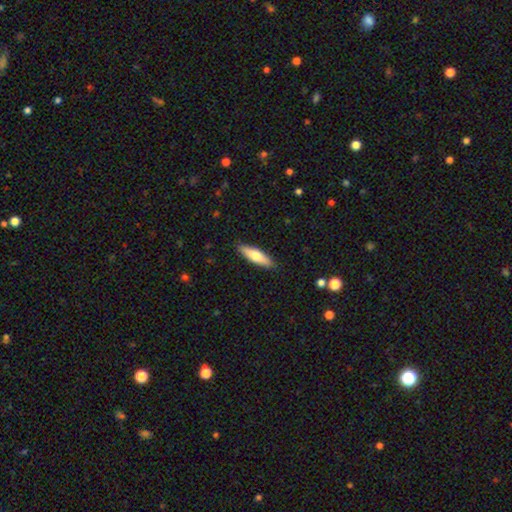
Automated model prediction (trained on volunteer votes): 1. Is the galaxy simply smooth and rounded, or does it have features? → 66% smooth, 28% featured or disk, 5% star or artifact.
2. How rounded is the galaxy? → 60% cigar-shaped, 38% in between, 2% round.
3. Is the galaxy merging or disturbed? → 89% none, 8% minor disturbance, 2% major disturbance, 1% merger.